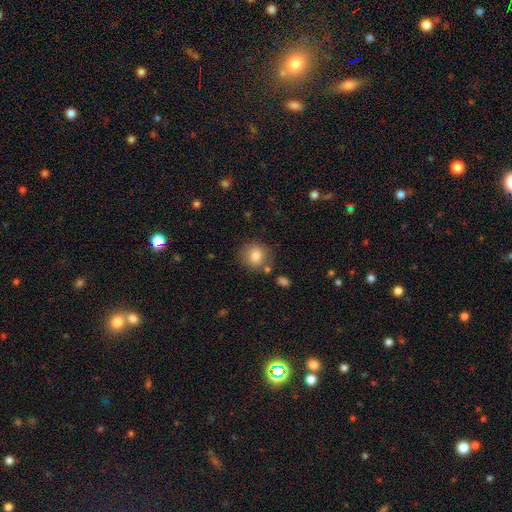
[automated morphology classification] smooth-or-featured: smooth: 80% | featured or disk: 10% | star or artifact: 9%
  how-rounded: round: 86% | in between: 13% | cigar-shaped: 1%
  merging: none: 78% | minor disturbance: 12% | merger: 7% | major disturbance: 4%